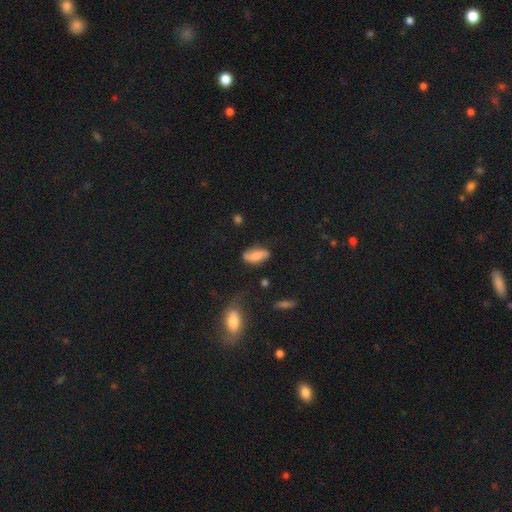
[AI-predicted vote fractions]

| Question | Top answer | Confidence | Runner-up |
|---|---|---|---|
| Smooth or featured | smooth | 62% | featured or disk (29%) |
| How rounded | in between | 83% | cigar-shaped (13%) |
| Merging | none | 63% | minor disturbance (25%) |